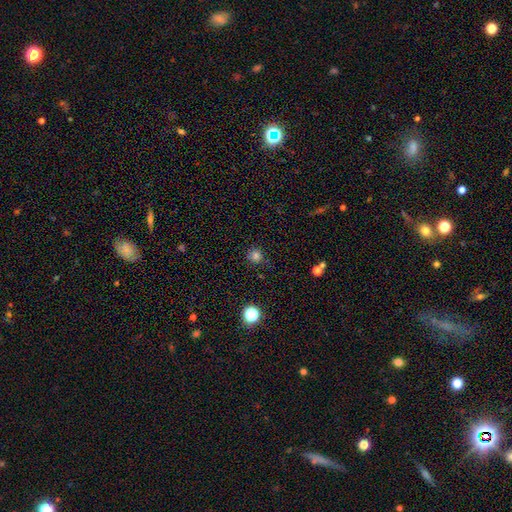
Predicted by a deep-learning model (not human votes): smooth_or_featured: smooth (p=0.80) [alt: star or artifact p=0.16]
how_rounded: round (p=0.93) [alt: in between p=0.06]
merging: none (p=0.86) [alt: minor disturbance p=0.09]